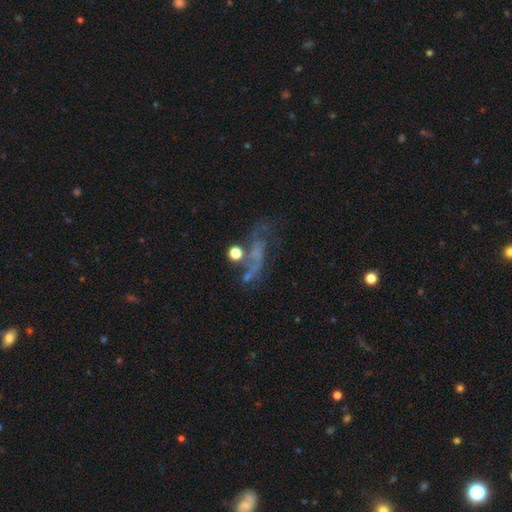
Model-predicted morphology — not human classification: Smooth or featured: featured or disk — 63% (star or artifact — 19%)
Edge-on disk: no — 91% (yes — 9%)
Bar: no — 63% (weak — 28%)
Spiral arms: yes — 69% (no — 31%)
Bulge size: none — 52% (small — 30%)
Merging: none — 39% (major disturbance — 31%)